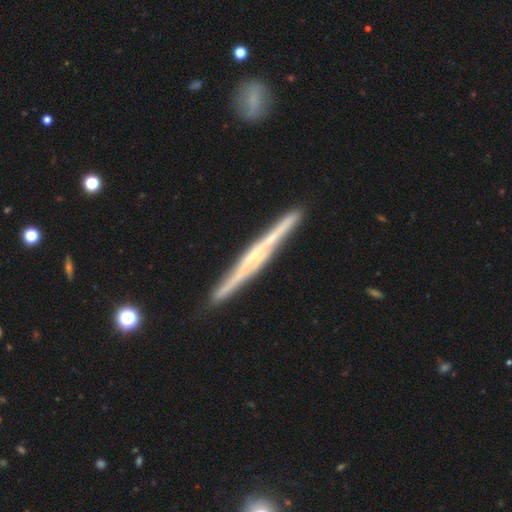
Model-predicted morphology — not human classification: Smooth or featured: featured or disk — 82% (smooth — 13%)
Edge-on disk: yes — 98% (no — 2%)
Edge-on bulge: rounded — 54% (none — 27%)
Merging: none — 89% (minor disturbance — 8%)